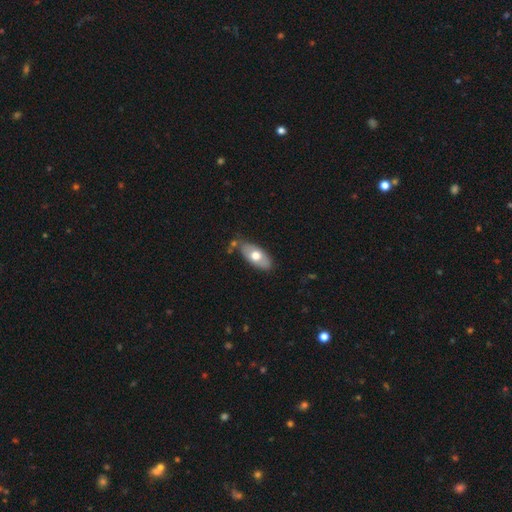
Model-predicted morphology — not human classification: type=smooth (60%); roundness=in between (88%); merging=none (70%).